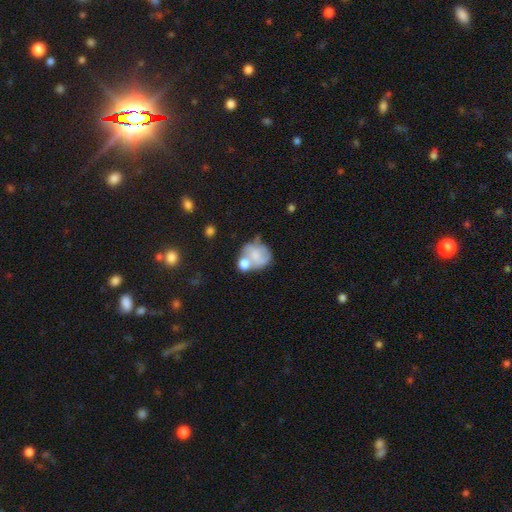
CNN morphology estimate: smooth-or-featured: smooth: 57% | featured or disk: 33% | star or artifact: 10%
  how-rounded: round: 62% | in between: 37% | cigar-shaped: 1%
  merging: merger: 37% | none: 30% | minor disturbance: 19% | major disturbance: 14%